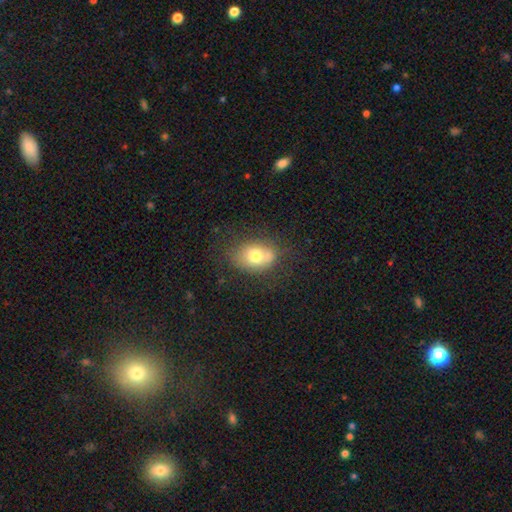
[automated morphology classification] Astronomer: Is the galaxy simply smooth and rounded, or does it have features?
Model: smooth — 71%.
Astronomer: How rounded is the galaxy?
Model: in between — 71%.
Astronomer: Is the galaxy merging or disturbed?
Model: none — 61%.